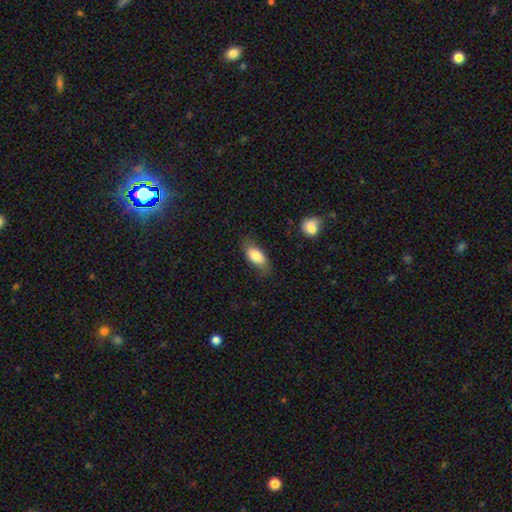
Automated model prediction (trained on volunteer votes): Morphology: type=smooth (81%); roundness=in between (86%); merging=none (75%).